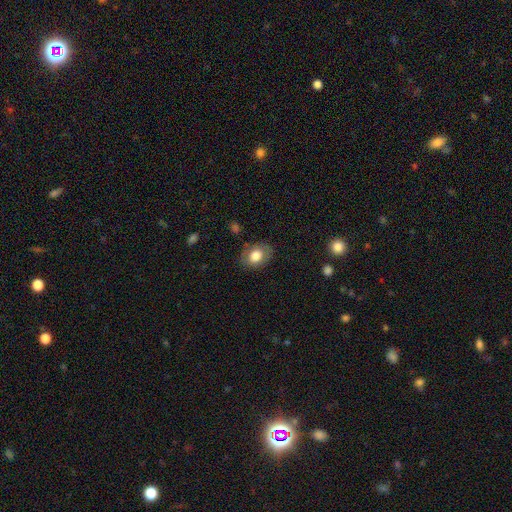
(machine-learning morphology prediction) Smooth or featured? Predicted: smooth (p=0.77). How rounded? Predicted: in between (p=0.70). Merging? Predicted: none (p=0.81).